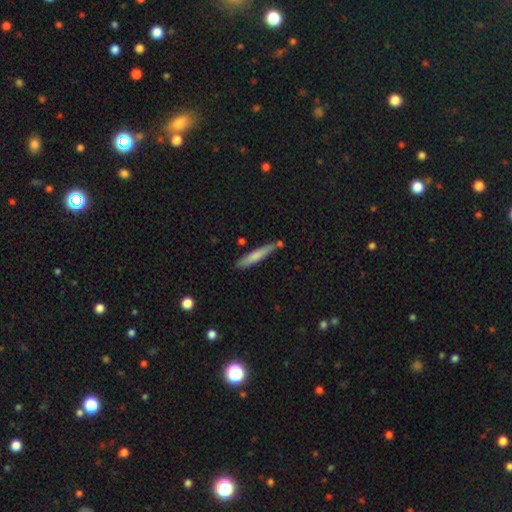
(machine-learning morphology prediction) smooth-or-featured: smooth: 72% | featured or disk: 22% | star or artifact: 6%
  how-rounded: cigar-shaped: 92% | in between: 7% | round: 1%
  merging: none: 76% | minor disturbance: 15% | merger: 7% | major disturbance: 3%